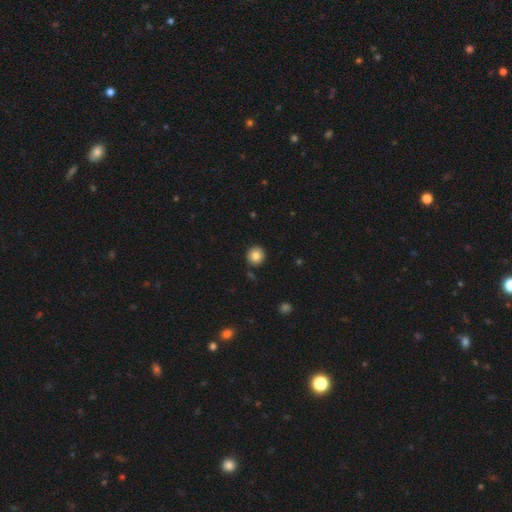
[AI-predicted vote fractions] smooth-or-featured: smooth: 84% | star or artifact: 10% | featured or disk: 7%
  how-rounded: round: 91% | in between: 8% | cigar-shaped: 1%
  merging: none: 89% | minor disturbance: 7% | merger: 2% | major disturbance: 2%